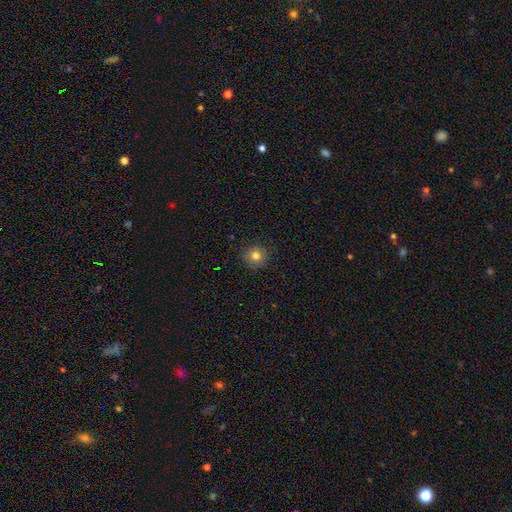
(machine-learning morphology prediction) Overall: smooth (79%). How rounded: round (93%). Merging: none (89%).